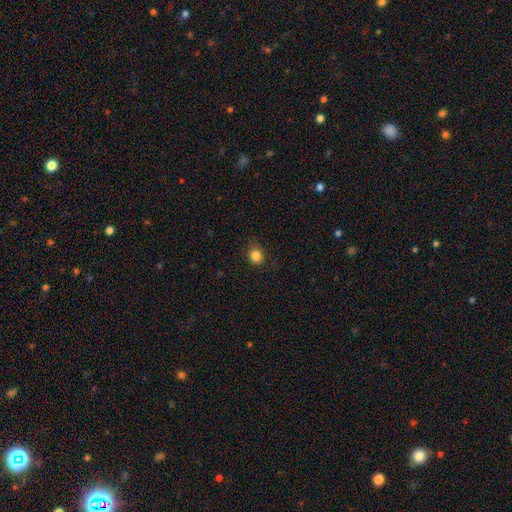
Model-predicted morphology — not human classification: Smooth or featured?
  - smooth: 84% *
  - star or artifact: 12%
  - featured or disk: 4%
How rounded?
  - round: 84% *
  - in between: 15%
  - cigar-shaped: 1%
Merging?
  - none: 86% *
  - minor disturbance: 10%
  - major disturbance: 3%
  - merger: 1%